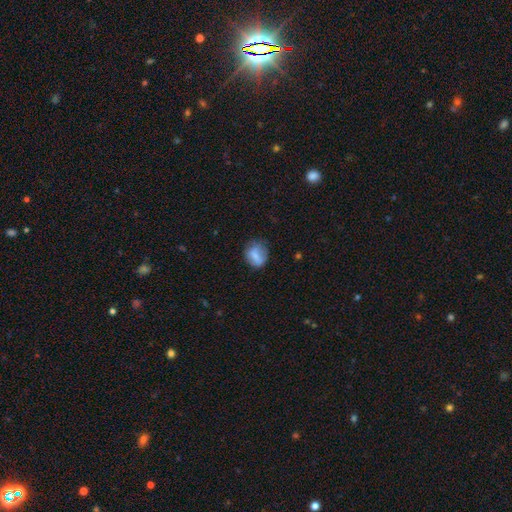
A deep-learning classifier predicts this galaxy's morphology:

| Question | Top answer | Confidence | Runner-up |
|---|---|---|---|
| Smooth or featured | smooth | 74% | featured or disk (17%) |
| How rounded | round | 54% | in between (44%) |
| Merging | none | 61% | minor disturbance (27%) |